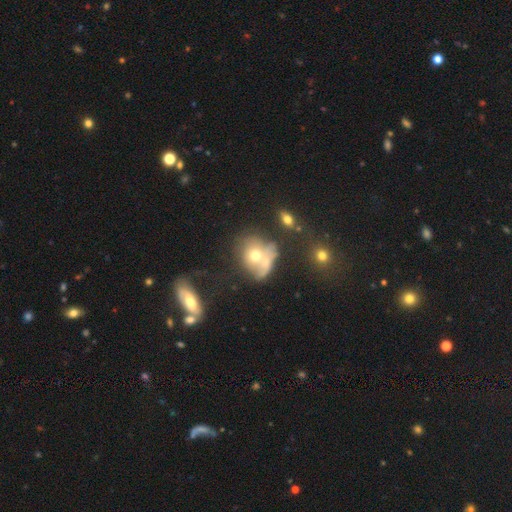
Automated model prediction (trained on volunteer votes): The model was most divided on "how rounded": round: 60%, in between: 39%, cigar-shaped: 1%. More confident: smooth or featured — smooth (58%); merging — merger (52%).